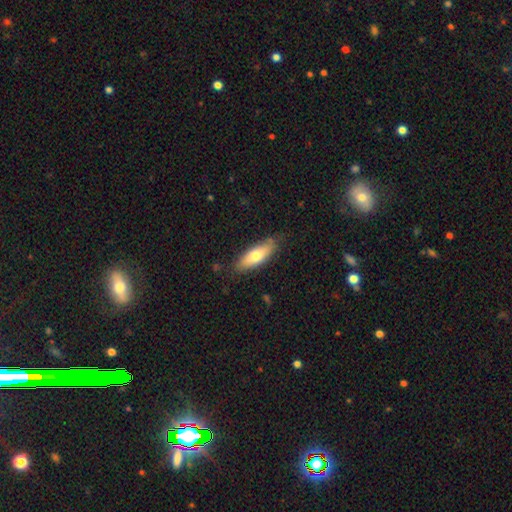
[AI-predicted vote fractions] This appears to be a smooth galaxy with no disk features (67%) that is in between round and cigar-shaped (62%). Merging: none (79%).